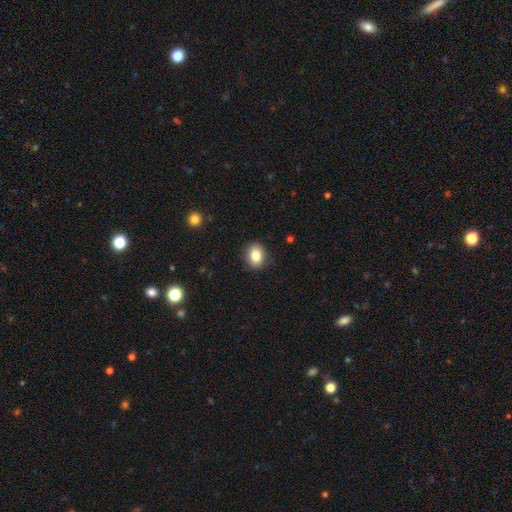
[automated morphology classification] This appears to be a smooth galaxy with no disk features (82%) that is round (52%). Merging: none (88%).